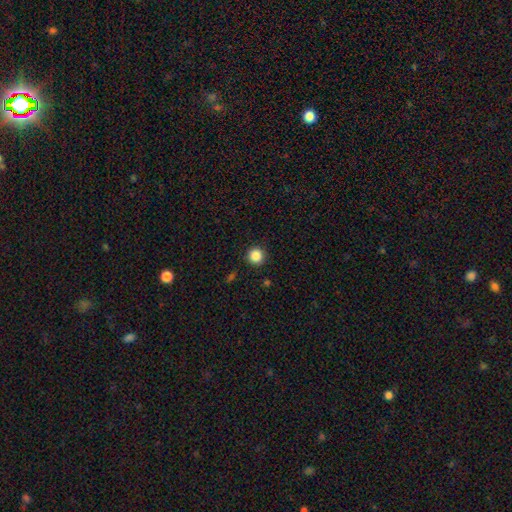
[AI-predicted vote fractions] The model was most divided on "smooth or featured": smooth: 86%, star or artifact: 11%, featured or disk: 3%. More confident: how rounded — round (95%); merging — none (92%).